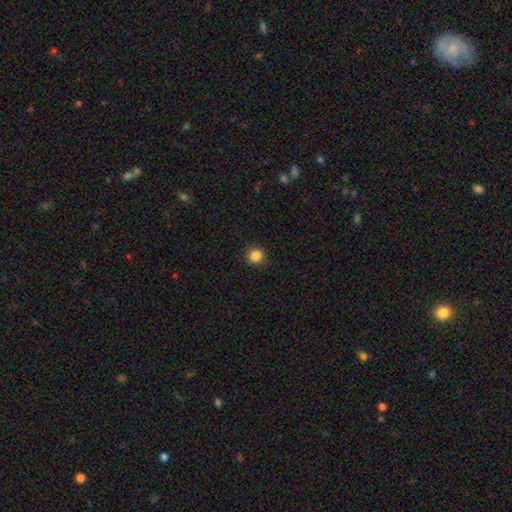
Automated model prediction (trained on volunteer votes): smooth-or-featured: smooth: 86% | star or artifact: 11% | featured or disk: 3%
  how-rounded: round: 94% | in between: 5% | cigar-shaped: 1%
  merging: none: 92% | minor disturbance: 5% | major disturbance: 2% | merger: 1%